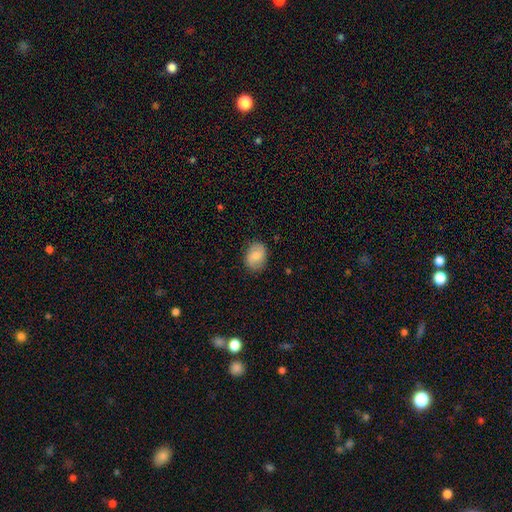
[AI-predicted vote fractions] A smooth galaxy with no disk features (75%) that is in between round and cigar-shaped (66%).

Vote fractions:
- Smooth or featured? smooth: 75% / featured or disk: 18% / star or artifact: 7%
- How rounded? in between: 66% / round: 33% / cigar-shaped: 1%
- Merging? none: 82% / minor disturbance: 14% / major disturbance: 3% / merger: 1%